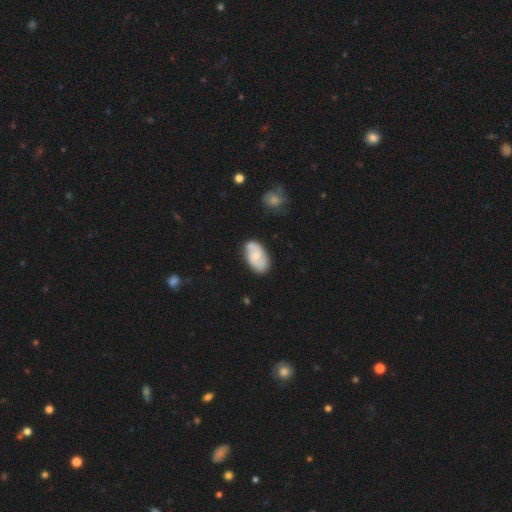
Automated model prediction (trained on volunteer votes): featured or disk 51%, smooth 42%, star or artifact 6%. Down the decision tree: edge-on disk — no (96%); merging — none (71%).